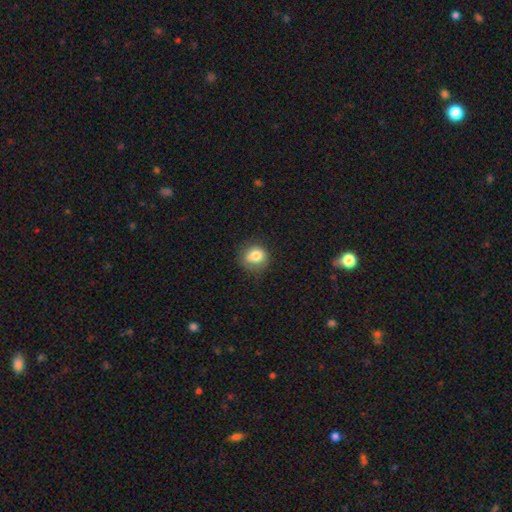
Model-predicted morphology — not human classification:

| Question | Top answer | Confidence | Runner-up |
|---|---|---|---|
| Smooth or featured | smooth | 79% | featured or disk (11%) |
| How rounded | round | 73% | in between (26%) |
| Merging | none | 63% | minor disturbance (26%) |